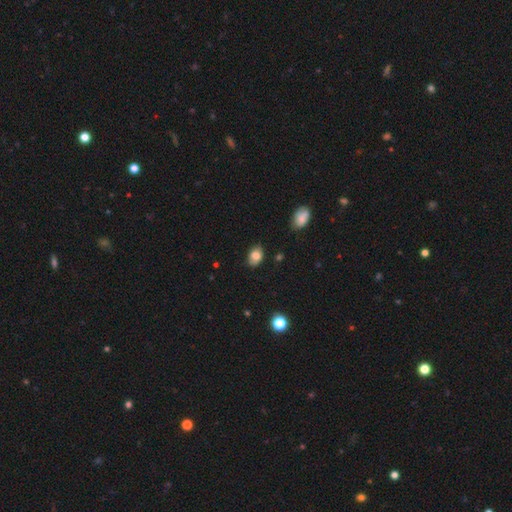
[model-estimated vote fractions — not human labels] Morphology: type=smooth (81%); roundness=in between (84%); merging=none (79%).